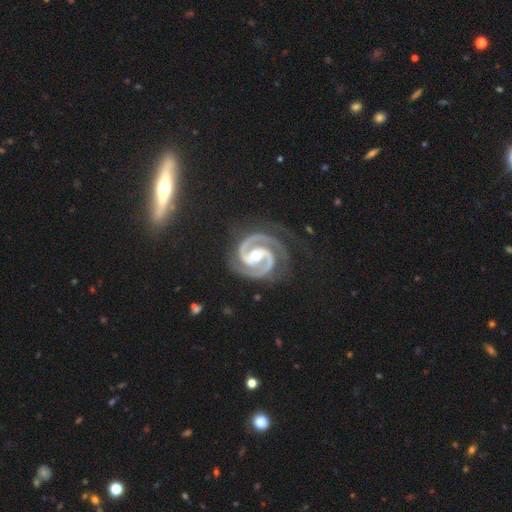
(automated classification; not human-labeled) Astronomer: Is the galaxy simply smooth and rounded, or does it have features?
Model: featured or disk — 95%.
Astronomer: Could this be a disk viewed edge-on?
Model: no — 98%.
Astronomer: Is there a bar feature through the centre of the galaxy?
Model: strong — 41% (runner-up: weak, 33%).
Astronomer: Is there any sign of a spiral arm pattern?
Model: yes — 99%.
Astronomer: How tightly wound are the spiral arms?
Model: tight — 54% (runner-up: medium, 42%).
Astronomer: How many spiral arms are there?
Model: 2 — 94%.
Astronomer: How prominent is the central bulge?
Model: moderate — 68%.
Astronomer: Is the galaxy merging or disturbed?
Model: none — 78%.